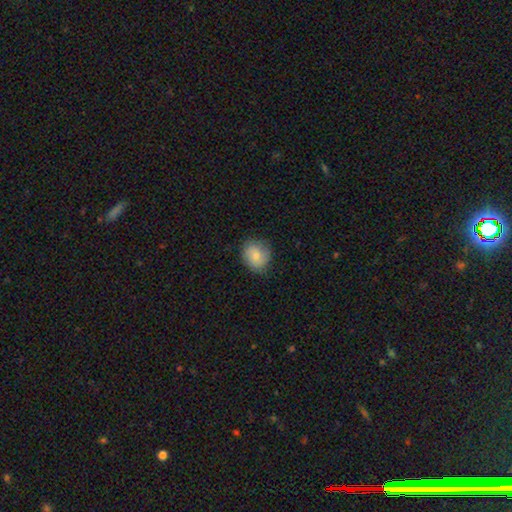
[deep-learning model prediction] Smooth or featured: smooth — 81% (featured or disk — 12%)
How rounded: round — 74% (in between — 25%)
Merging: none — 79% (minor disturbance — 16%)